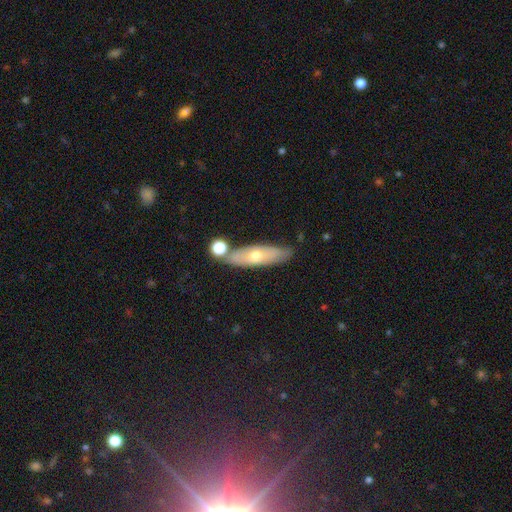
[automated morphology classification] smooth_or_featured: smooth (p=0.52) [alt: featured or disk p=0.41]
how_rounded: cigar-shaped (p=0.55) [alt: in between p=0.42]
merging: none (p=0.73) [alt: minor disturbance p=0.14]